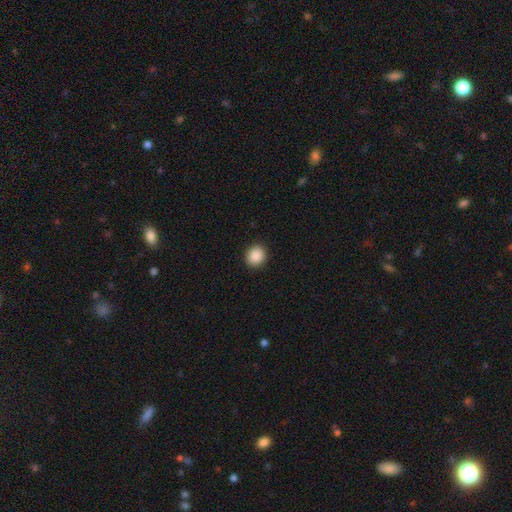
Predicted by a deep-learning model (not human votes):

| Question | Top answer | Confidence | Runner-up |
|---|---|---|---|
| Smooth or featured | smooth | 89% | star or artifact (8%) |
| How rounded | round | 83% | in between (16%) |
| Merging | none | 92% | minor disturbance (5%) |